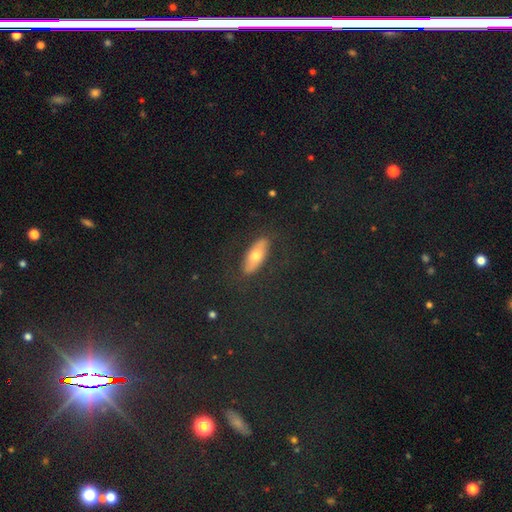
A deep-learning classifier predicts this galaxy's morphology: type=smooth (57%); roundness=in between (71%); merging=none (83%).